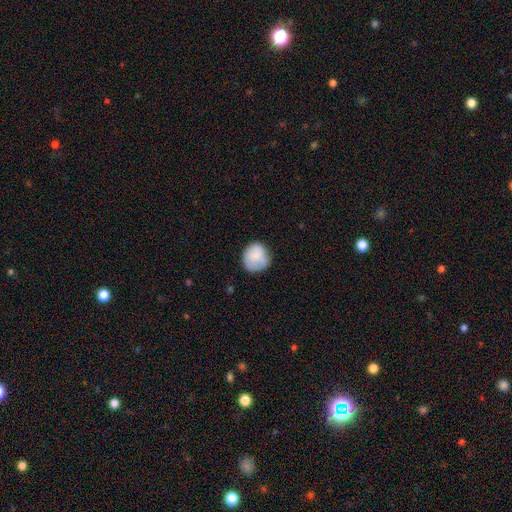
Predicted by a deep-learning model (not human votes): Q: Smooth or featured?
A: smooth (82%); runner-up: featured or disk (11%)
Q: How rounded?
A: round (83%); runner-up: in between (16%)
Q: Merging?
A: none (69%); runner-up: minor disturbance (23%)